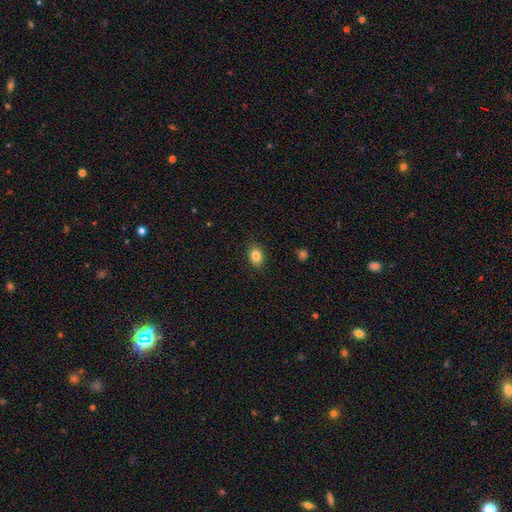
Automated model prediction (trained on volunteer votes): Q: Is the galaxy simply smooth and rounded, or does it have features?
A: smooth — 85%.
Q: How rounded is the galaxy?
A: in between — 75%.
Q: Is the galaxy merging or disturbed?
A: none — 87%.